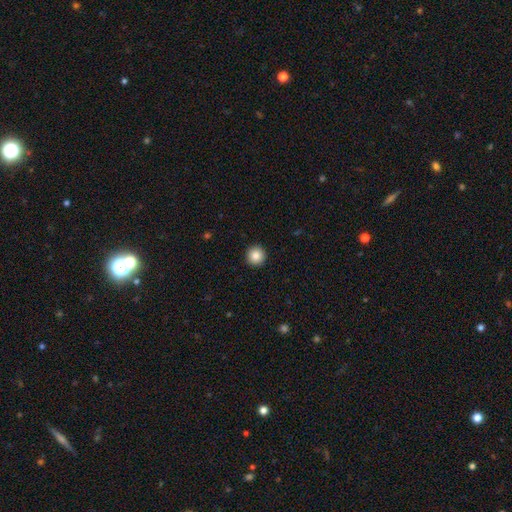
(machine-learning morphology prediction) A smooth galaxy with no disk features (86%) that is round (96%). Merging: none (93%).